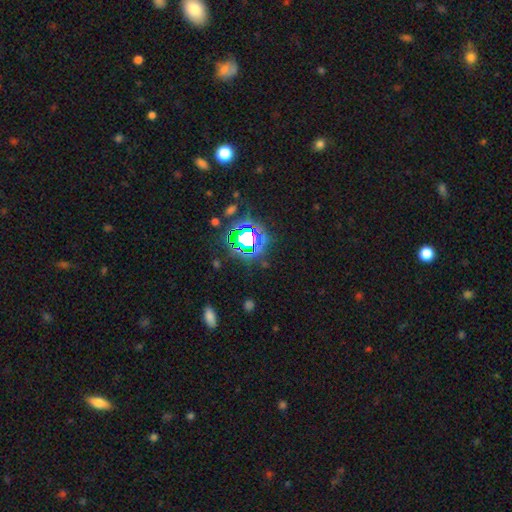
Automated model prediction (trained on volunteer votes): star or artifact 79%, smooth 13%, featured or disk 8%.